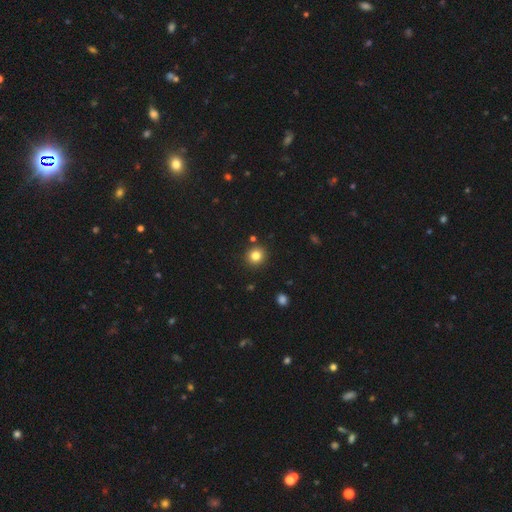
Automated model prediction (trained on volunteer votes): smooth-or-featured: smooth: 82% | star or artifact: 12% | featured or disk: 6%
  how-rounded: round: 91% | in between: 8% | cigar-shaped: 1%
  merging: none: 89% | minor disturbance: 6% | merger: 3% | major disturbance: 2%